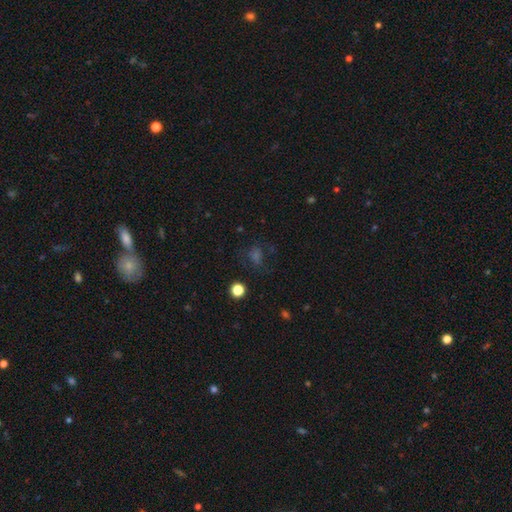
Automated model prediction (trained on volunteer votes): smooth_or_featured: star or artifact (p=0.40) [tied with: smooth p=0.40]